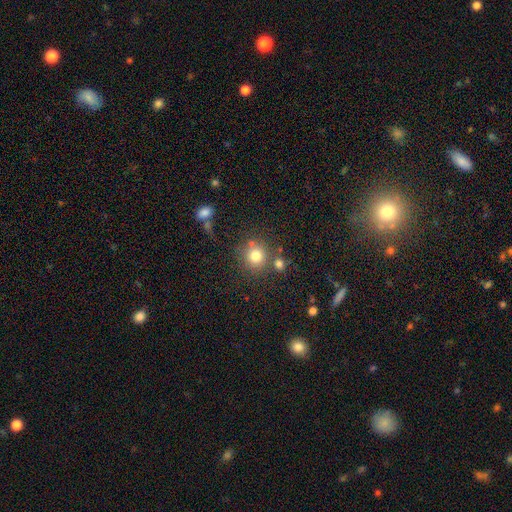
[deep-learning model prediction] This is likely a smooth galaxy (77%). How rounded: clearly round (89%). Merging: likely none (72%).